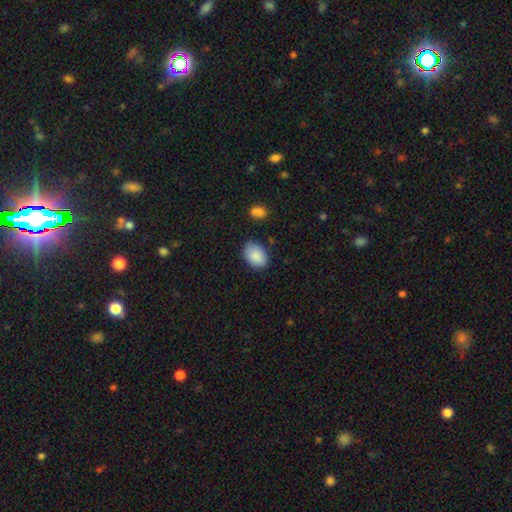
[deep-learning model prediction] A smooth galaxy with no disk features (89%) that is in between round and cigar-shaped (86%).

Vote fractions:
- Smooth or featured? smooth: 89% / star or artifact: 7% / featured or disk: 5%
- How rounded? in between: 86% / round: 13% / cigar-shaped: 1%
- Merging? none: 81% / minor disturbance: 14% / major disturbance: 3% / merger: 2%